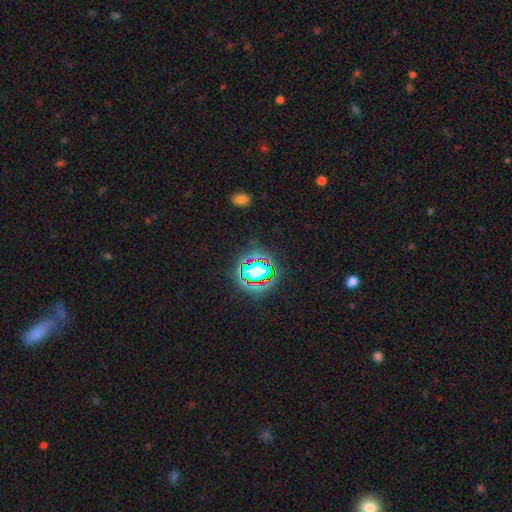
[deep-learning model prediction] smooth-or-featured: star or artifact: 78% | smooth: 14% | featured or disk: 8%